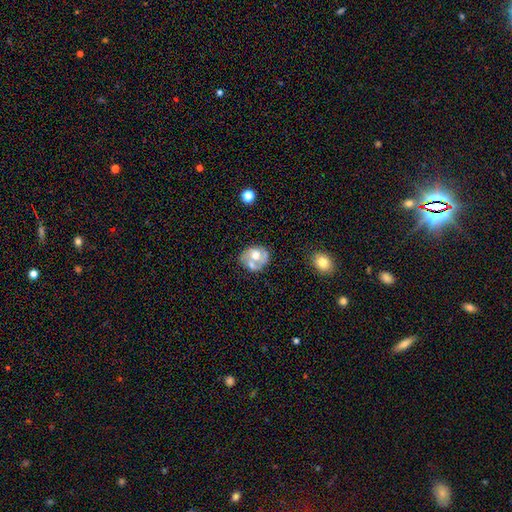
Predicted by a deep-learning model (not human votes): Smooth or featured: featured or disk — 51% (smooth — 42%)
Edge-on disk: no — 97% (yes — 3%)
Merging: none — 36% (merger — 34%)